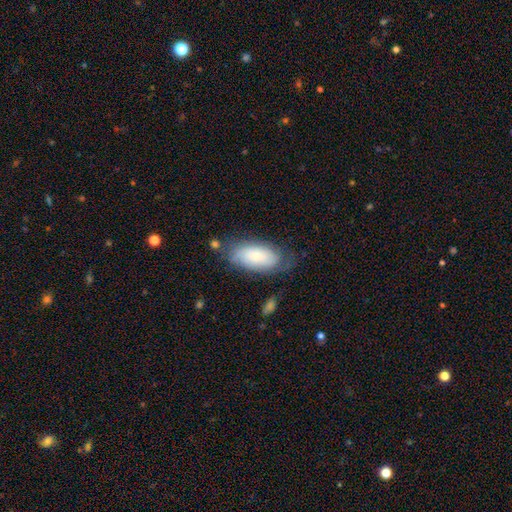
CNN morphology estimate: Smooth or featured? smooth (70%)
How rounded? in between (91%)
Merging? none (62%)